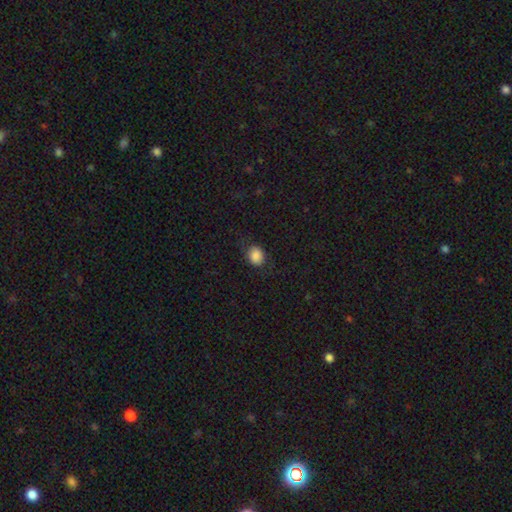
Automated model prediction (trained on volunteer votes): Smooth or featured? Predicted: smooth (p=0.85). How rounded? Predicted: round (p=0.51). Merging? Predicted: none (p=0.78).